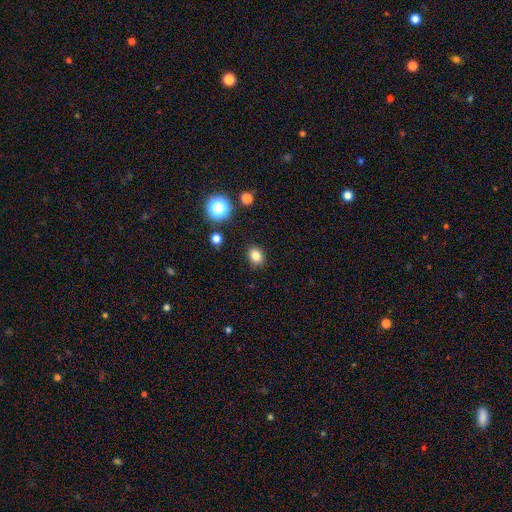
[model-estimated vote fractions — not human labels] Smooth or featured? Predicted: smooth (p=0.82). How rounded? Predicted: round (p=0.51). Merging? Predicted: none (p=0.88).